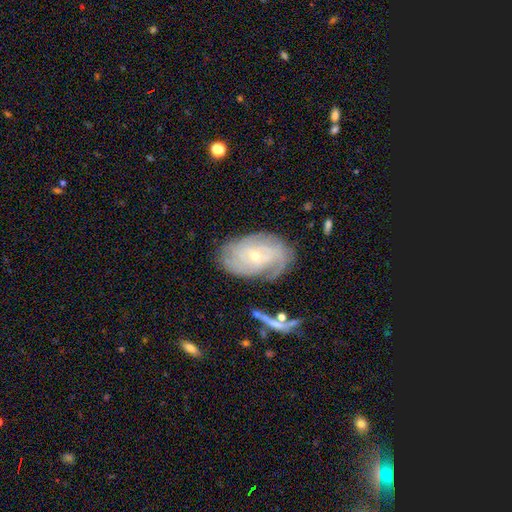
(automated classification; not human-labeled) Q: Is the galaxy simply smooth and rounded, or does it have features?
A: featured or disk — 78%.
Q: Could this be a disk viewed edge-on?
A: no — 95%.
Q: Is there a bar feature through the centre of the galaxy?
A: no — 63%.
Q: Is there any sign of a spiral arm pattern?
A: yes — 91%.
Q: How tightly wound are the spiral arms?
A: tight — 64%.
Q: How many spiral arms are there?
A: can't tell — 41%.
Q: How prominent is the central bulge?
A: small — 72%.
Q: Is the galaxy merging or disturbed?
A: none — 72%.